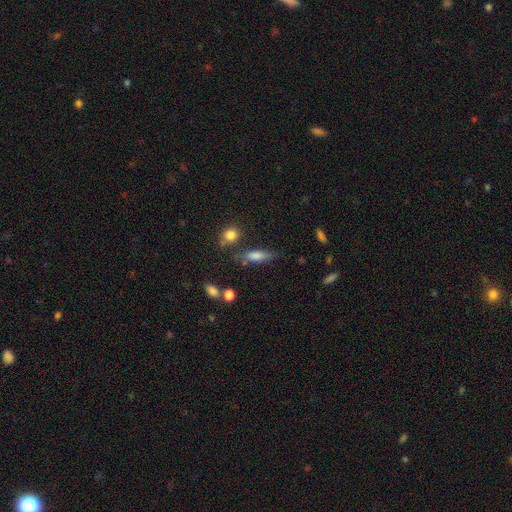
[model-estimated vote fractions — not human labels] Smooth or featured: smooth — 70% (featured or disk — 20%)
How rounded: cigar-shaped — 53% (in between — 43%)
Merging: none — 66% (minor disturbance — 20%)